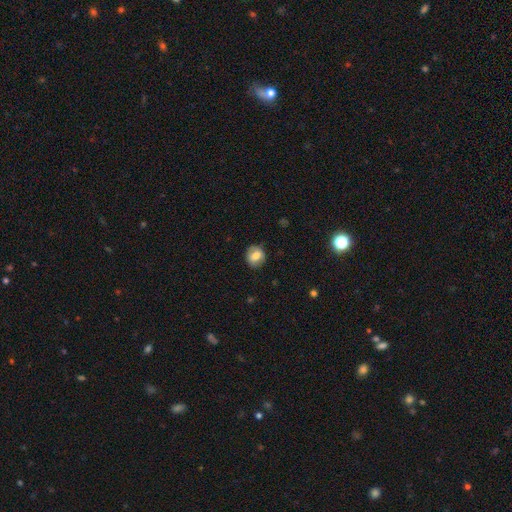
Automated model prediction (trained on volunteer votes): Smooth or featured?
  - smooth: 72% *
  - featured or disk: 19%
  - star or artifact: 9%
How rounded?
  - round: 71% *
  - in between: 27%
  - cigar-shaped: 1%
Merging?
  - none: 82% *
  - minor disturbance: 14%
  - major disturbance: 4%
  - merger: 1%